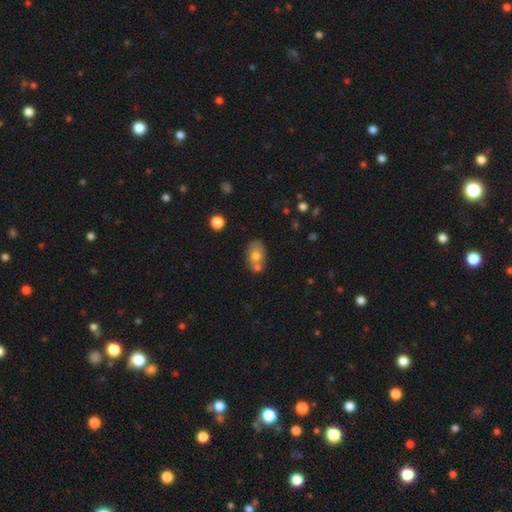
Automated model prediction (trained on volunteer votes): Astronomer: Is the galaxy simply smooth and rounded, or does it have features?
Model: smooth — 71%.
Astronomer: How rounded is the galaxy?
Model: in between — 76%.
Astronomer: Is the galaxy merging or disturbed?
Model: none — 45% (runner-up: merger, 34%).